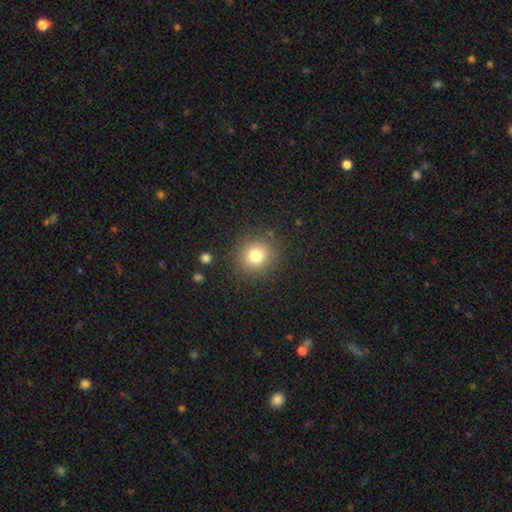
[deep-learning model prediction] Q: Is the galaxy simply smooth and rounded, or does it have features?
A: smooth — 78%.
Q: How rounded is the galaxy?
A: round — 90%.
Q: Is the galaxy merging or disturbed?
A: none — 88%.